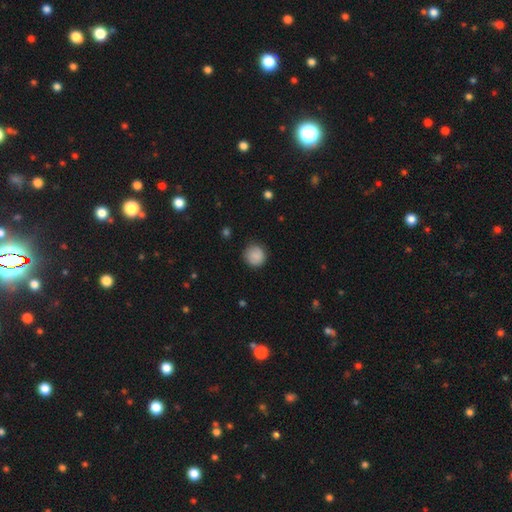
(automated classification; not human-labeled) Q: Smooth or featured?
A: smooth (87%); runner-up: star or artifact (8%)
Q: How rounded?
A: round (92%); runner-up: in between (7%)
Q: Merging?
A: none (85%); runner-up: minor disturbance (11%)